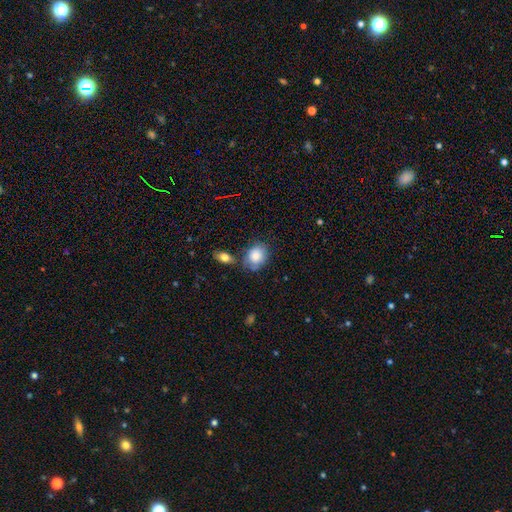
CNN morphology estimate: A smooth galaxy with no disk features (83%) that is in between round and cigar-shaped (52%).

Vote fractions:
- Smooth or featured? smooth: 83% / featured or disk: 10% / star or artifact: 8%
- How rounded? in between: 52% / round: 47% / cigar-shaped: 1%
- Merging? none: 62% / minor disturbance: 20% / merger: 12% / major disturbance: 6%